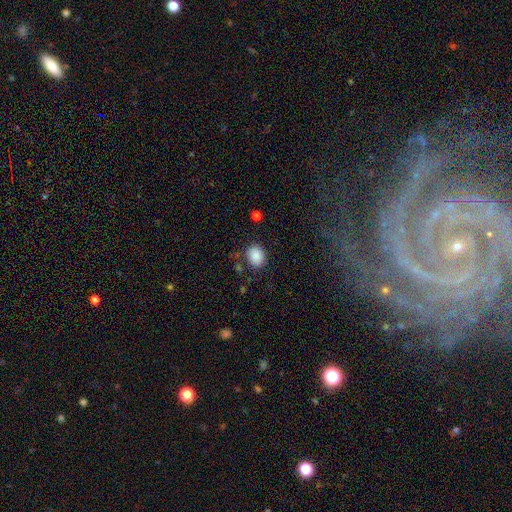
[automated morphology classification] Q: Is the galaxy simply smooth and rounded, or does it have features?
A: smooth — 88%.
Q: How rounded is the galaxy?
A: round — 51%.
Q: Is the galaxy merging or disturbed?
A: none — 80%.